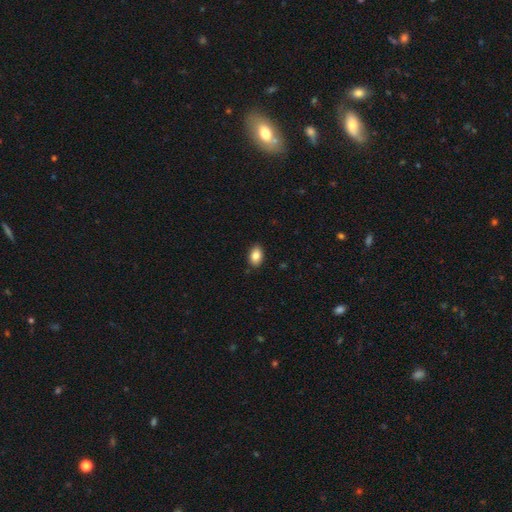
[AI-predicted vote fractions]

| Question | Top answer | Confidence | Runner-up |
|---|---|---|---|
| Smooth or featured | smooth | 86% | star or artifact (8%) |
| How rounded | in between | 88% | round (11%) |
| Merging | none | 88% | minor disturbance (9%) |